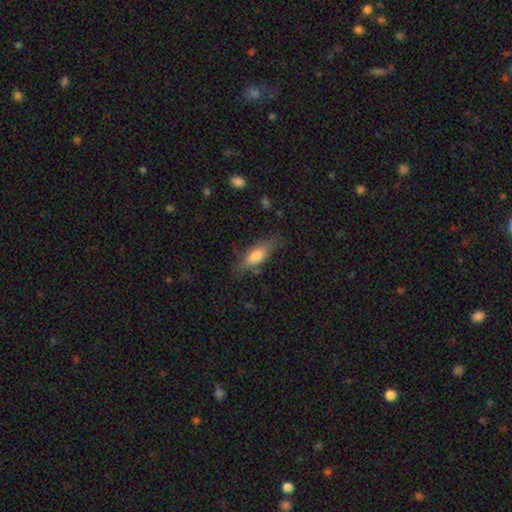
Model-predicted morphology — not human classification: smooth 71%, featured or disk 22%, star or artifact 7%. Down the decision tree: how rounded — in between (65%); merging — none (71%).